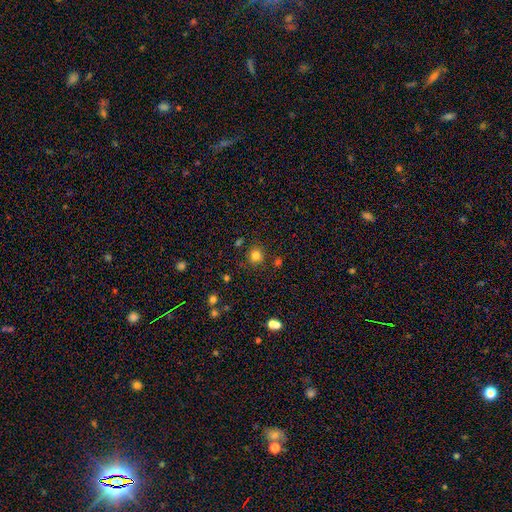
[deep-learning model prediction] A smooth galaxy with no disk features (80%) that is round (87%). Merging: none (83%).